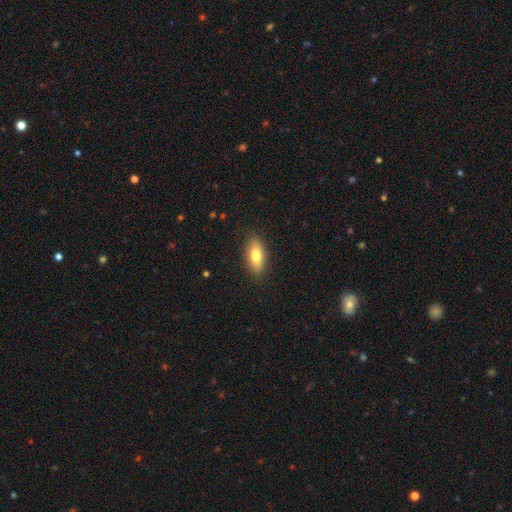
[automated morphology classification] smooth 76%, featured or disk 18%, star or artifact 7%. Down the decision tree: how rounded — in between (79%); merging — none (87%).